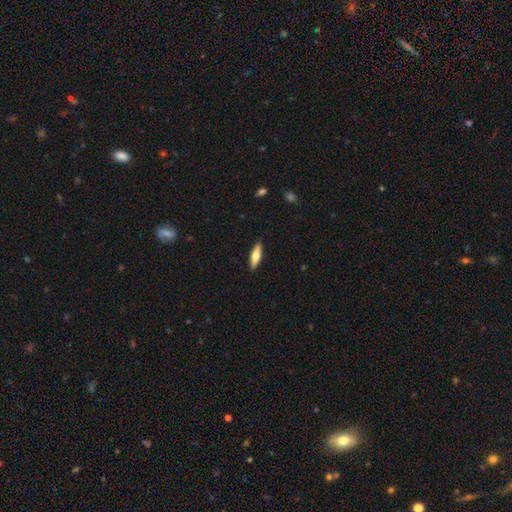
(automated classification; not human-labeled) smooth 64%, featured or disk 30%, star or artifact 6%. Down the decision tree: how rounded — cigar-shaped (51%); merging — none (89%).